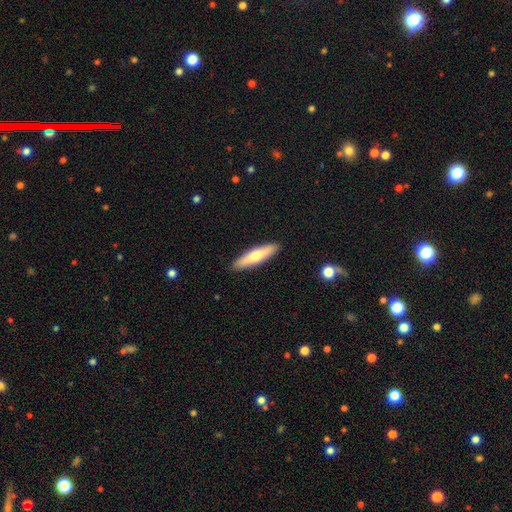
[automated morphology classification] smooth-or-featured: smooth: 58% | featured or disk: 36% | star or artifact: 5%
  how-rounded: cigar-shaped: 77% | in between: 22% | round: 2%
  merging: none: 91% | minor disturbance: 7% | major disturbance: 1% | merger: 1%